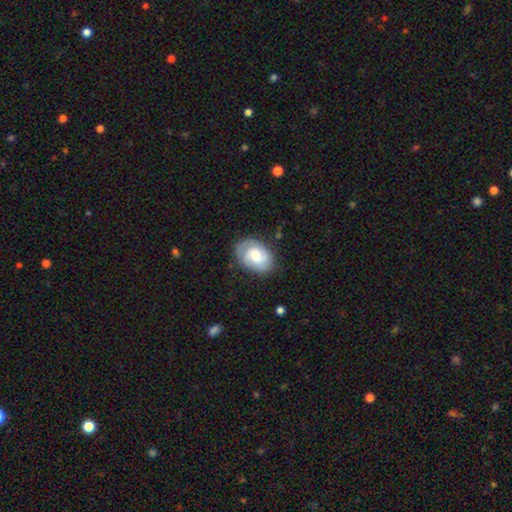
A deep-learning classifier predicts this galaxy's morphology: A featured or disk galaxy (57%) with no bar (59%), spiral arms (86%) and a moderate central bulge (53%). Merging: none (73%).